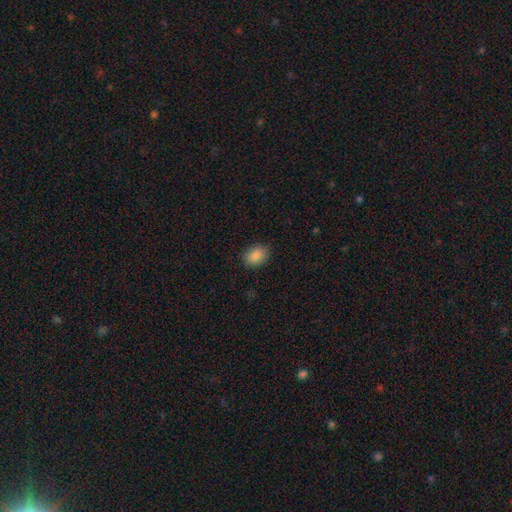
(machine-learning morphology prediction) A smooth galaxy with no disk features (87%) that is in between round and cigar-shaped (65%). Merging: none (88%).